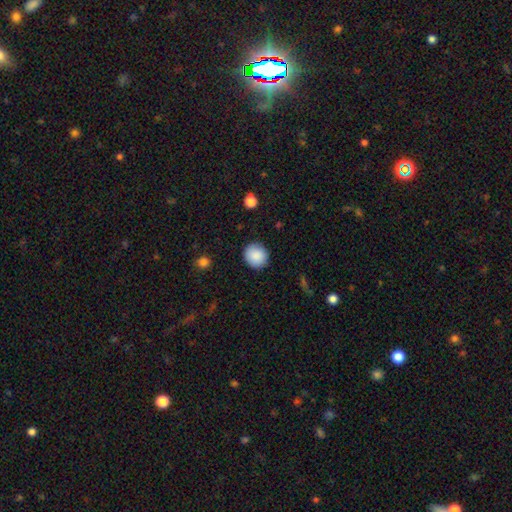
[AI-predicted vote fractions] smooth-or-featured: smooth: 88% | star or artifact: 7% | featured or disk: 4%
  how-rounded: round: 89% | in between: 10% | cigar-shaped: 1%
  merging: none: 89% | minor disturbance: 8% | major disturbance: 2% | merger: 1%